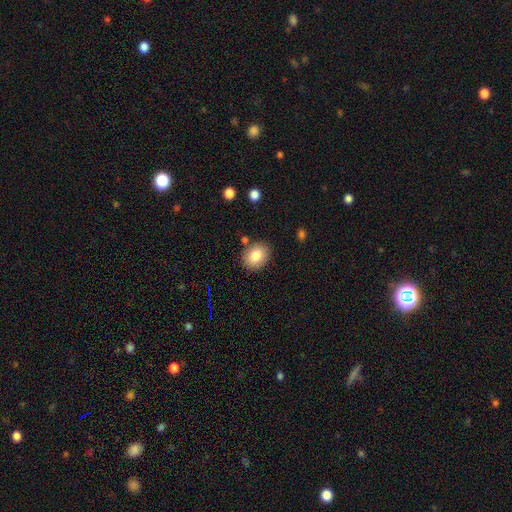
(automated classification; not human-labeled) The model was most divided on "how rounded": in between: 59%, round: 40%, cigar-shaped: 1%. More confident: merging — none (84%); smooth or featured — smooth (82%).